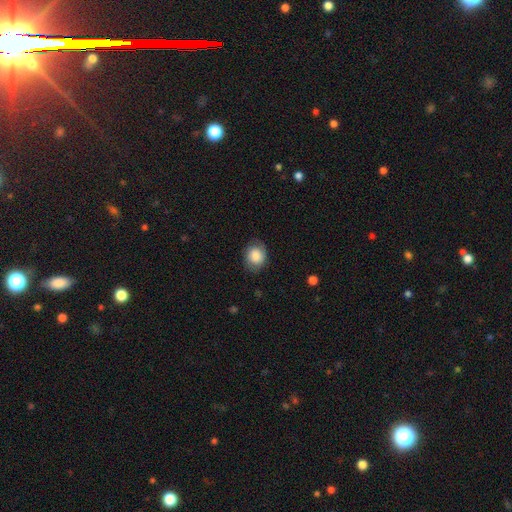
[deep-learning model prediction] smooth_or_featured: smooth (p=0.83) [alt: featured or disk p=0.10]
how_rounded: round (p=0.52) [alt: in between p=0.47]
merging: none (p=0.78) [alt: minor disturbance p=0.17]